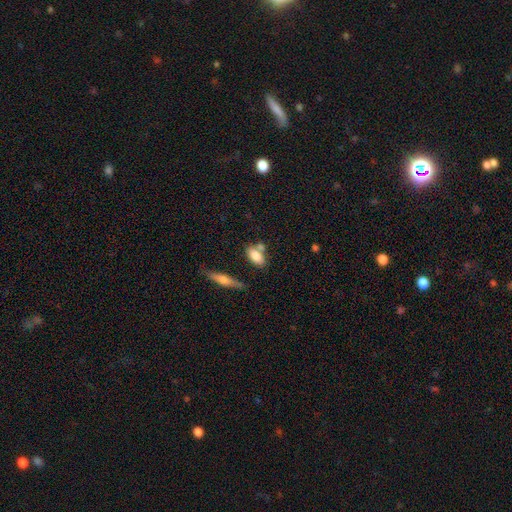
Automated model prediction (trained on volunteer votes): This is likely a smooth galaxy (79%). How rounded: clearly in between (86%). Merging: possibly none (57%).